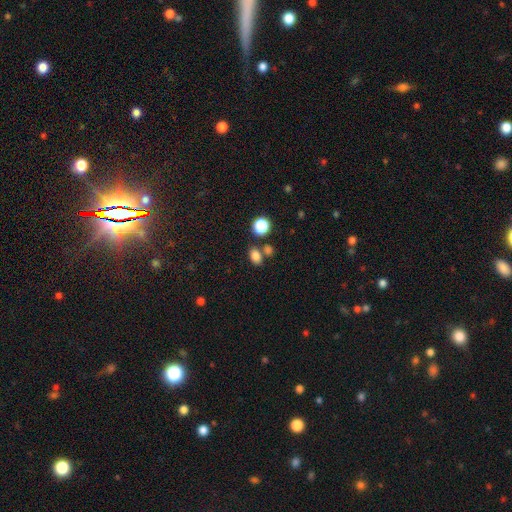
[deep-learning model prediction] This appears to be a smooth galaxy with no disk features (81%) that is in between round and cigar-shaped (75%). Merging: none (65%).